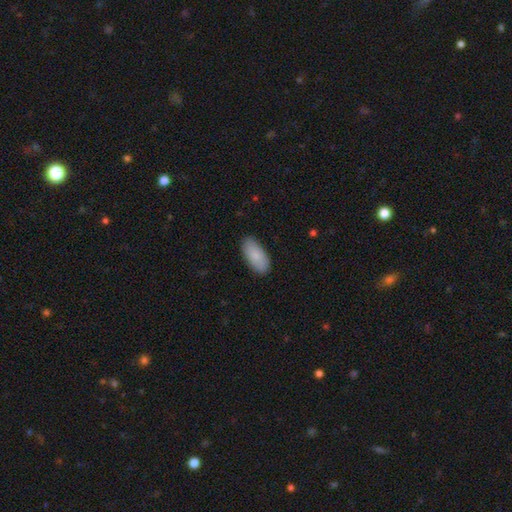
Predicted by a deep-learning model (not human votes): This appears to be a smooth galaxy with no disk features (86%) that is in between round and cigar-shaped (92%). Merging: none (87%).